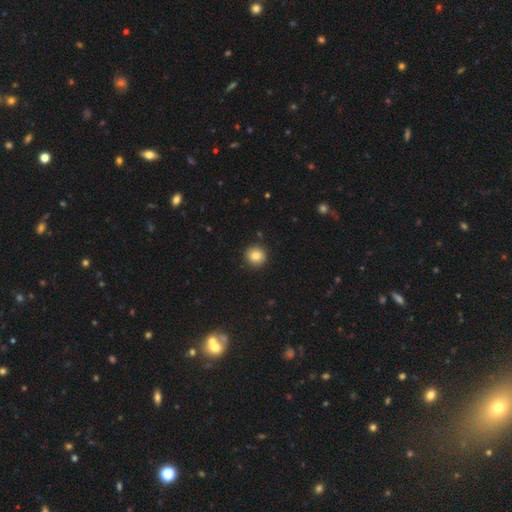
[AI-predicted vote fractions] Overall: smooth (84%). How rounded: round (94%). Merging: none (92%).